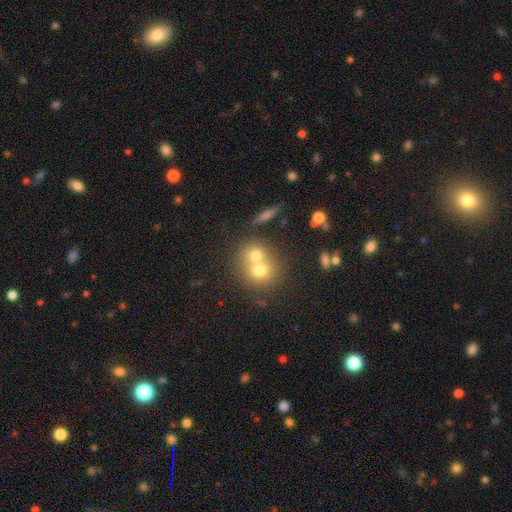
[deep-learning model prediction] smooth 67%, featured or disk 21%, star or artifact 12%. Down the decision tree: how rounded — round (79%); merging — merger (62%).